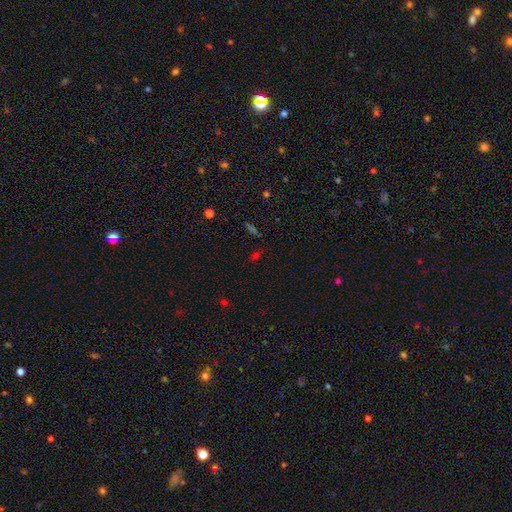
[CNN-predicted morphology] Smooth or featured: smooth — 47% (star or artifact — 44%)
Merging: none — 77% (minor disturbance — 13%)